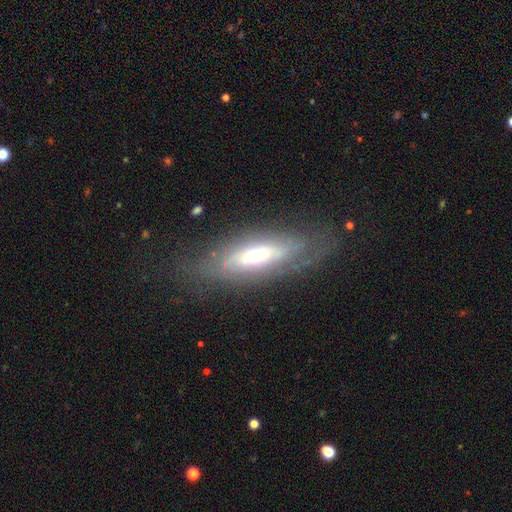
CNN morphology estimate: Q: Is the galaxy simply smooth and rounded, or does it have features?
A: featured or disk — 62%.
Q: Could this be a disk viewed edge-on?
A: no — 63%.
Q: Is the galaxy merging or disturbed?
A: none — 67%.